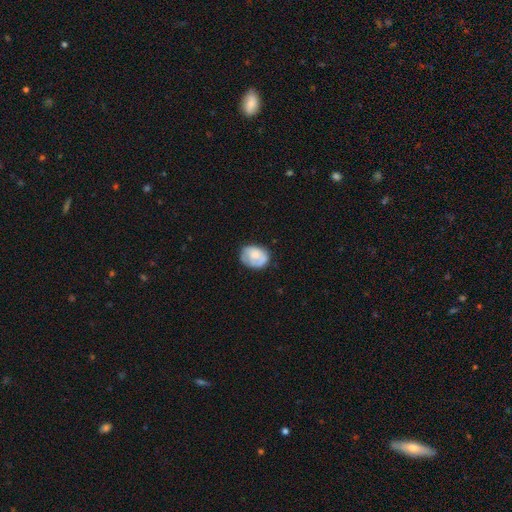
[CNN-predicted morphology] A smooth galaxy with no disk features (67%) that is in between round and cigar-shaped (58%).

Vote fractions:
- Smooth or featured? smooth: 67% / featured or disk: 26% / star or artifact: 7%
- How rounded? in between: 58% / round: 41% / cigar-shaped: 1%
- Merging? none: 61% / minor disturbance: 27% / major disturbance: 9% / merger: 2%